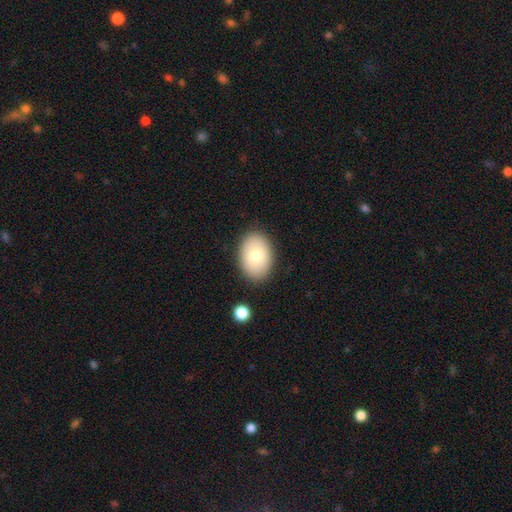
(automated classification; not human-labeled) Morphology: type=smooth (77%); roundness=in between (82%); merging=none (86%).